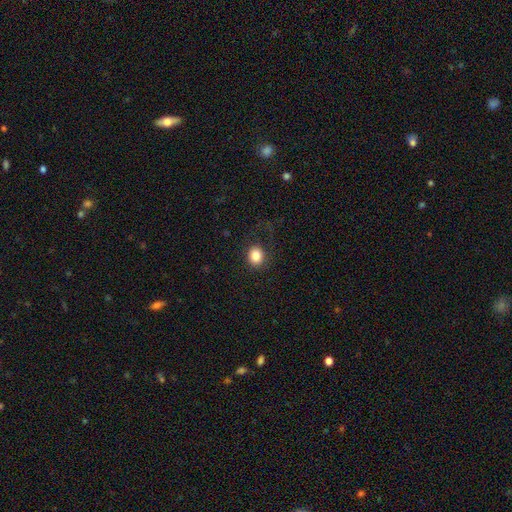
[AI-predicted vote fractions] The model was most divided on "how rounded": round: 66%, in between: 33%, cigar-shaped: 1%. More confident: smooth or featured — smooth (84%); merging — none (81%).